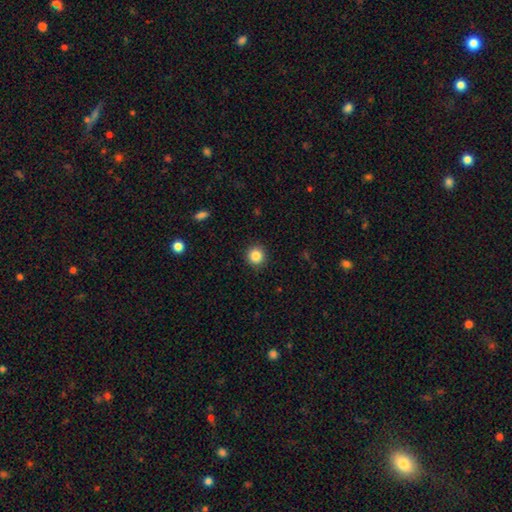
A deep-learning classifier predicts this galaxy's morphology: Smooth or featured?
  - smooth: 85% *
  - star or artifact: 10%
  - featured or disk: 4%
How rounded?
  - round: 93% *
  - in between: 6%
  - cigar-shaped: 1%
Merging?
  - none: 92% *
  - minor disturbance: 5%
  - major disturbance: 2%
  - merger: 1%